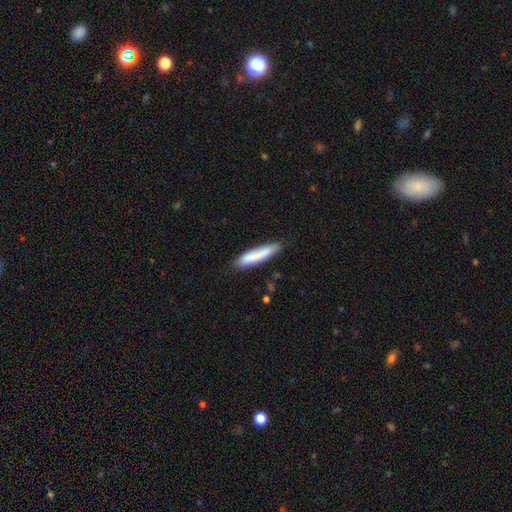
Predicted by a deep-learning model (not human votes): Overall: smooth (76%). How rounded: cigar-shaped (83%). Merging: none (77%).